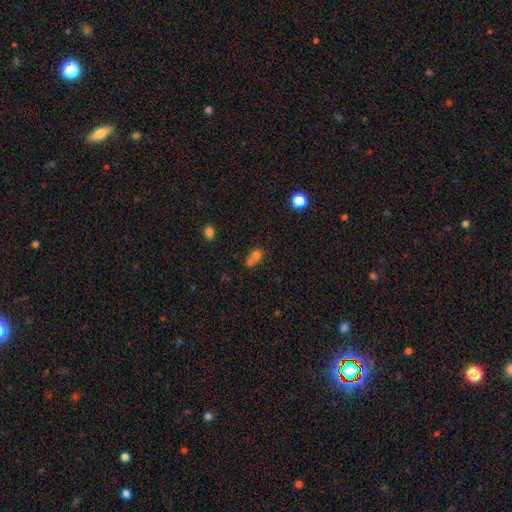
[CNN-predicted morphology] This is likely a smooth galaxy (67%). How rounded: likely round (66%). Merging: possibly merger (55%).